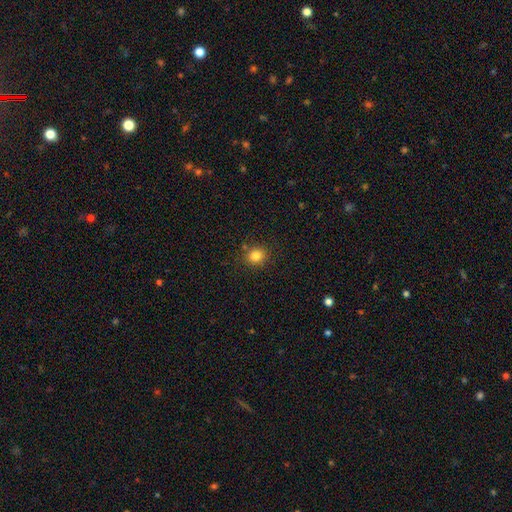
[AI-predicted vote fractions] Morphology: type=smooth (83%); roundness=round (77%); merging=none (85%).